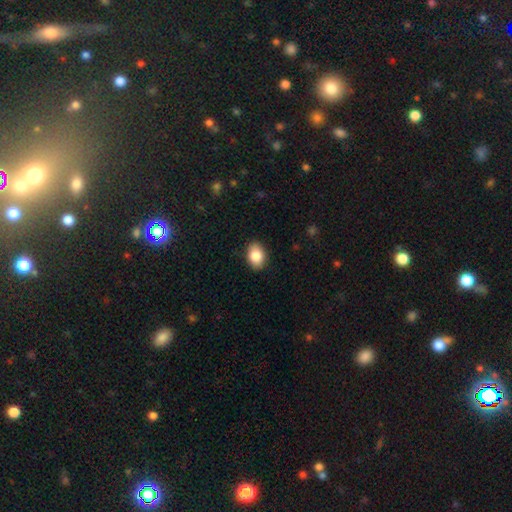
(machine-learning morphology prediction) A smooth galaxy with no disk features (86%) that is in between round and cigar-shaped (81%). Merging: none (88%).